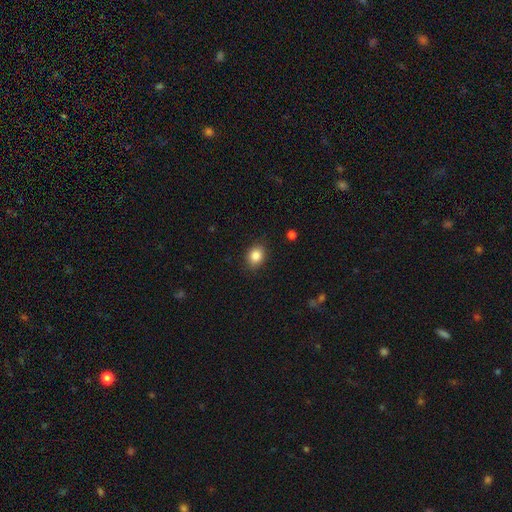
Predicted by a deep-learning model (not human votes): Smooth or featured?
  - smooth: 85% *
  - star or artifact: 9%
  - featured or disk: 5%
How rounded?
  - round: 51% *
  - in between: 48%
  - cigar-shaped: 1%
Merging?
  - none: 86% *
  - minor disturbance: 10%
  - major disturbance: 3%
  - merger: 1%